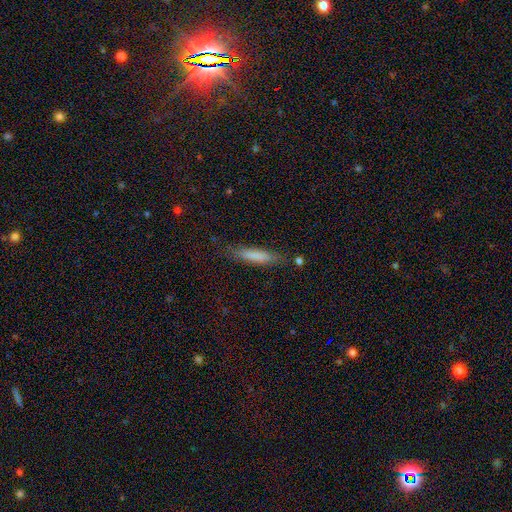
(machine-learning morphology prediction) A smooth galaxy with no disk features (77%) that is cigar-shaped (85%).

Vote fractions:
- Smooth or featured? smooth: 77% / featured or disk: 16% / star or artifact: 7%
- How rounded? cigar-shaped: 85% / in between: 14% / round: 1%
- Merging? none: 79% / minor disturbance: 15% / major disturbance: 4% / merger: 2%